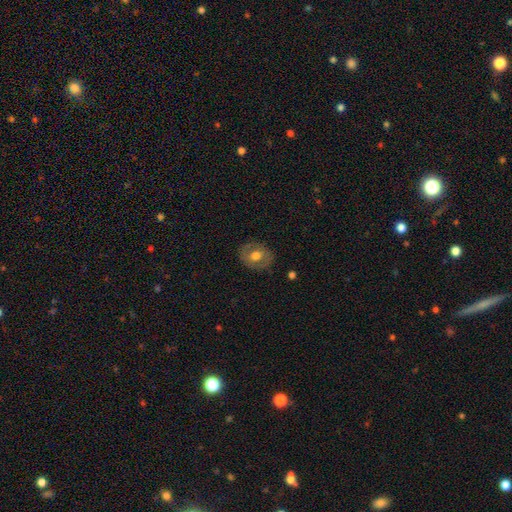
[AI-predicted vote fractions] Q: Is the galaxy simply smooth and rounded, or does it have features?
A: smooth — 52%.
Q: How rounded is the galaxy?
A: round — 54%.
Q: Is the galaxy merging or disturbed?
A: none — 83%.